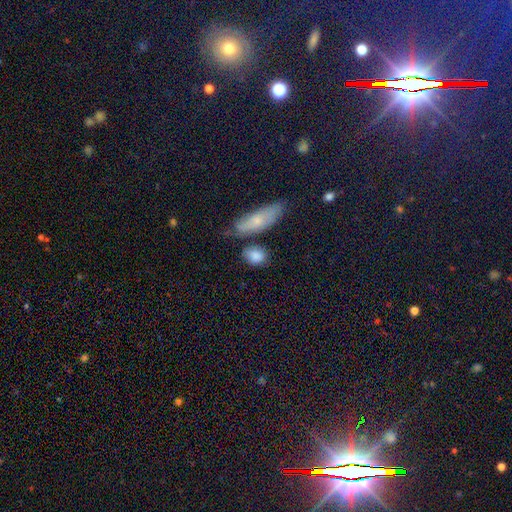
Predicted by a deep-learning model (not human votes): Overall: smooth (83%). How rounded: in between (66%; round 27%). Merging: none (65%).